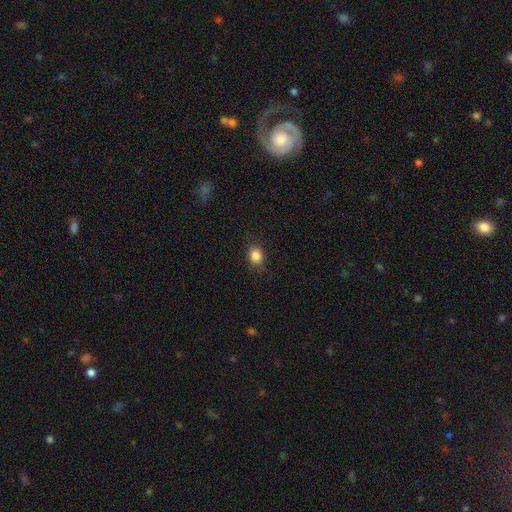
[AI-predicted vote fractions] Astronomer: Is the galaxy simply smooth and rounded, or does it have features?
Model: smooth — 85%.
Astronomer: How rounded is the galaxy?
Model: round — 55% (runner-up: in between, 43%).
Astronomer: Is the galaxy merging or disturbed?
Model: none — 82%.